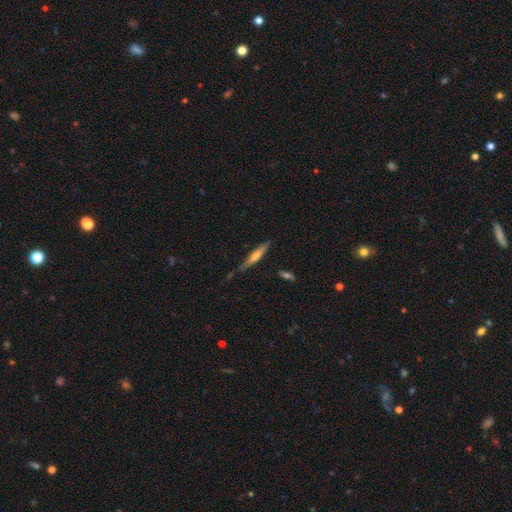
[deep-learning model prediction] Smooth or featured? Predicted: smooth (p=0.47). Merging? Predicted: none (p=0.76).